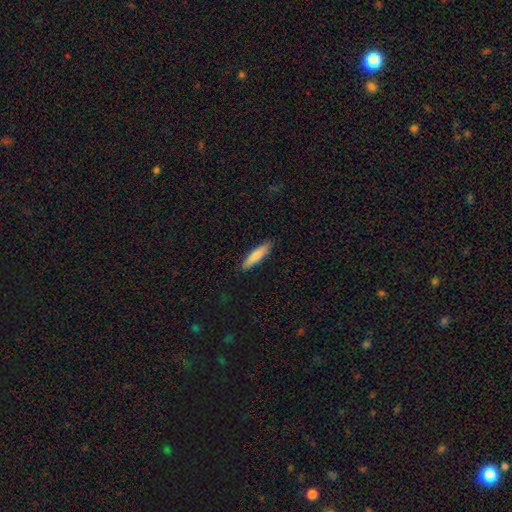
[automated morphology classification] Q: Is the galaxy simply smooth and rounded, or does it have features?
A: smooth — 80%.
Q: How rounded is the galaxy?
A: cigar-shaped — 76%.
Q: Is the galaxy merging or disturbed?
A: none — 88%.